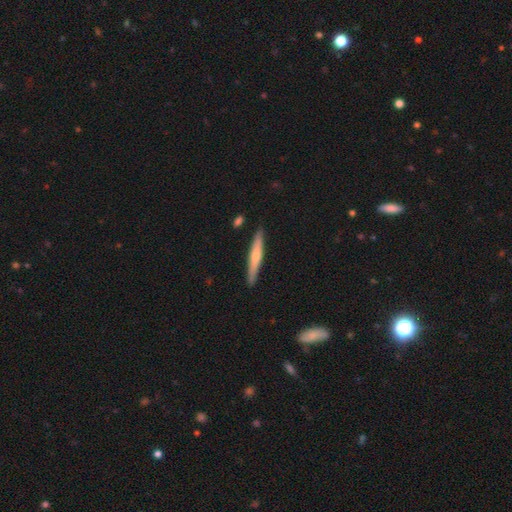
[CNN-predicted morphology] Smooth or featured? smooth (49%)
Merging? none (88%)